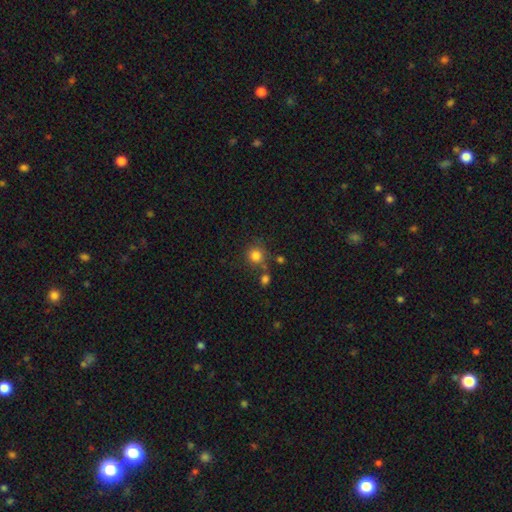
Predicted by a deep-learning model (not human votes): Smooth or featured?
  - smooth: 81% *
  - star or artifact: 13%
  - featured or disk: 6%
How rounded?
  - round: 90% *
  - in between: 9%
  - cigar-shaped: 1%
Merging?
  - none: 70% *
  - merger: 14%
  - minor disturbance: 11%
  - major disturbance: 5%